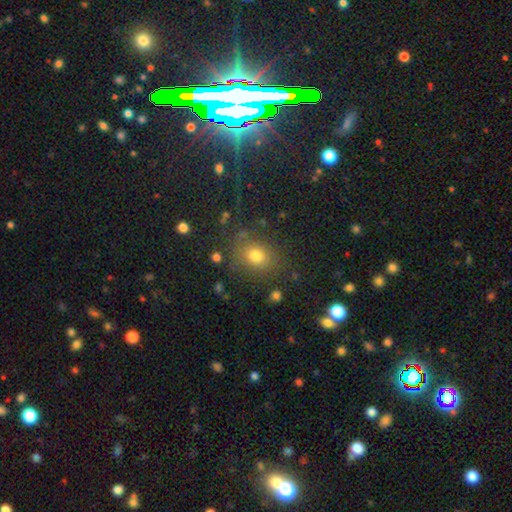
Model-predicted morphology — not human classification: A smooth galaxy with no disk features (74%) that is round (56%).

Vote fractions:
- Smooth or featured? smooth: 74% / star or artifact: 16% / featured or disk: 10%
- How rounded? round: 56% / in between: 42% / cigar-shaped: 1%
- Merging? none: 78% / minor disturbance: 13% / major disturbance: 6% / merger: 3%